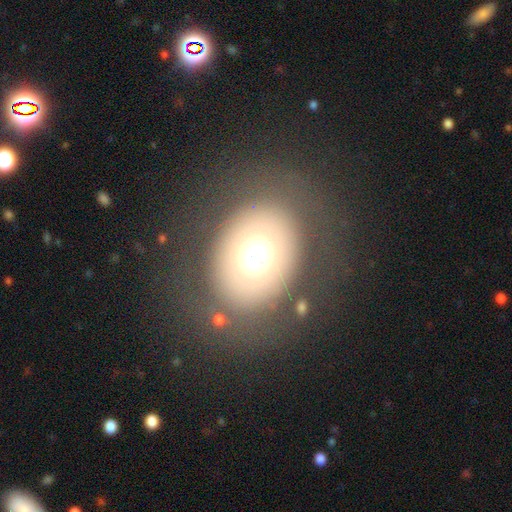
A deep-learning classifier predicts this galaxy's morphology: Smooth or featured? smooth (63%)
How rounded? in between (54%)
Merging? none (82%)